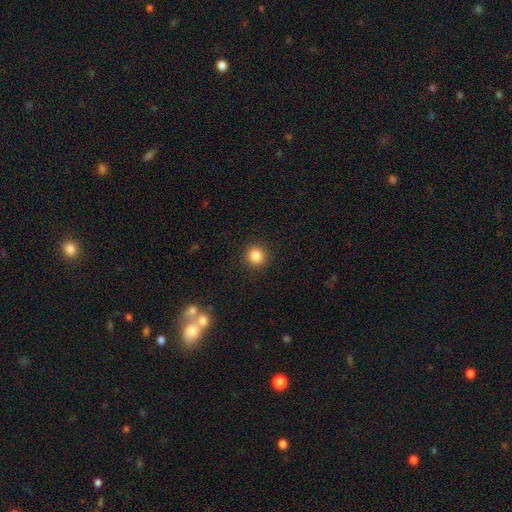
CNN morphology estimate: smooth-or-featured: smooth: 85% | star or artifact: 11% | featured or disk: 4%
  how-rounded: round: 92% | in between: 7% | cigar-shaped: 1%
  merging: none: 92% | minor disturbance: 5% | major disturbance: 2% | merger: 1%